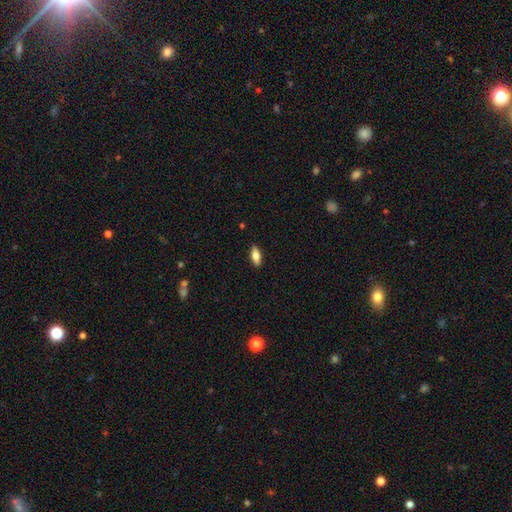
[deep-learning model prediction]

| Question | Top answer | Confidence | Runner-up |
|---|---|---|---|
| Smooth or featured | smooth | 75% | featured or disk (19%) |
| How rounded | in between | 76% | cigar-shaped (21%) |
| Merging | none | 89% | minor disturbance (8%) |